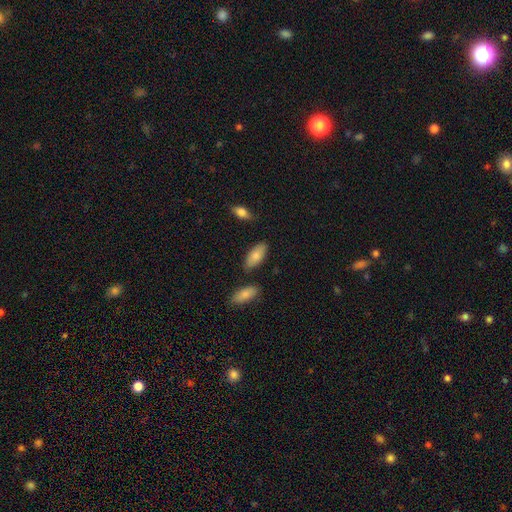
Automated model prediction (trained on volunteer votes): Q: Smooth or featured?
A: smooth (83%); runner-up: featured or disk (11%)
Q: How rounded?
A: in between (89%); runner-up: cigar-shaped (8%)
Q: Merging?
A: none (80%); runner-up: minor disturbance (13%)